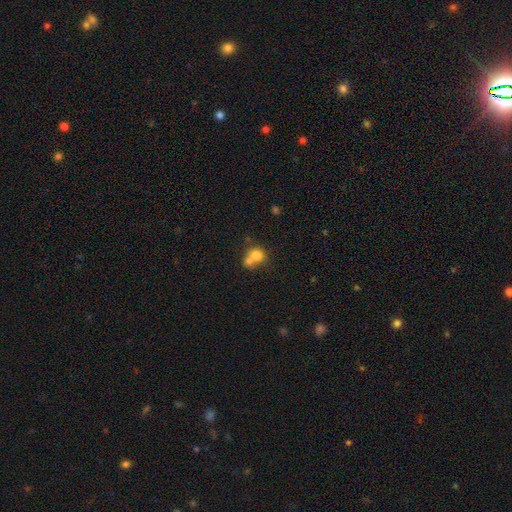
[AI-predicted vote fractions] Smooth or featured? Predicted: smooth (p=0.73). How rounded? Predicted: round (p=0.68). Merging? Predicted: merger (p=0.58).